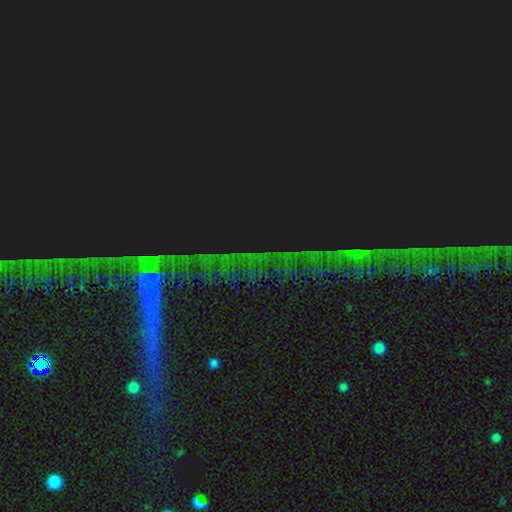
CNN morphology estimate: This is clearly a star or artifact rather than a galaxy (85%).